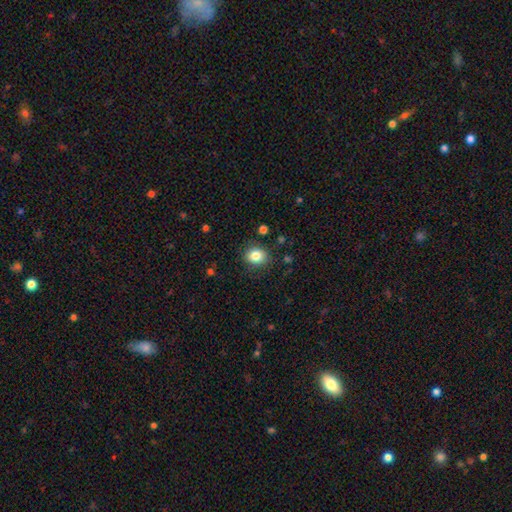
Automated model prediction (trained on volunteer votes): Overall: smooth (83%). How rounded: round (62%; in between 37%). Merging: none (86%).